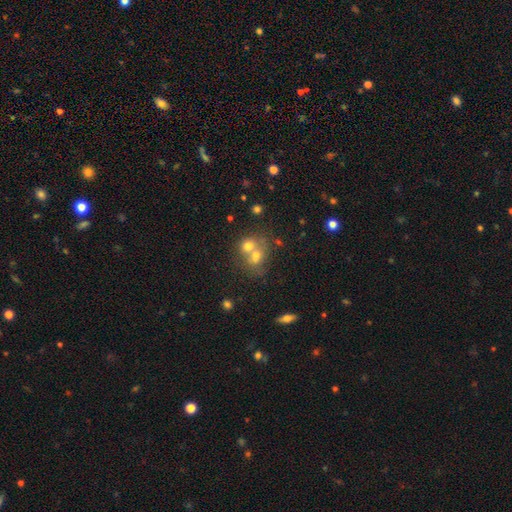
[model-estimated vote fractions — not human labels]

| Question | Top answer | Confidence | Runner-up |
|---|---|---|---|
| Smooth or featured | smooth | 62% | featured or disk (23%) |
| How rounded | round | 61% | in between (37%) |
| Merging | merger | 62% | none (28%) |